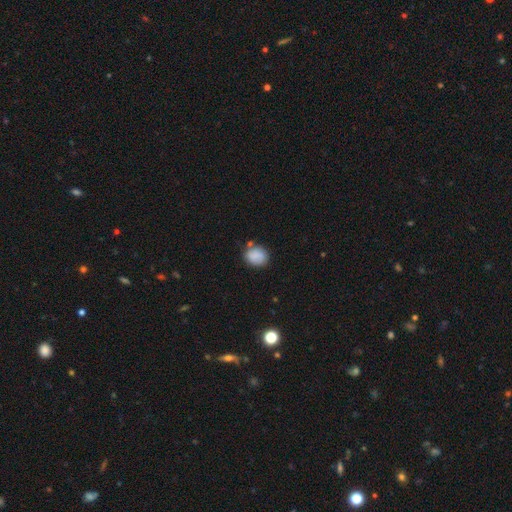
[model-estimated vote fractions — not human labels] smooth-or-featured: smooth: 83% | featured or disk: 9% | star or artifact: 9%
  how-rounded: round: 60% | in between: 39% | cigar-shaped: 1%
  merging: none: 70% | minor disturbance: 18% | merger: 8% | major disturbance: 5%